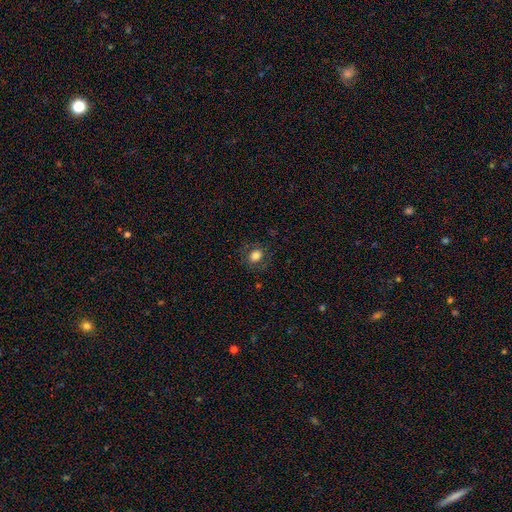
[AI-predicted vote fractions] smooth_or_featured: smooth (p=0.78) [alt: featured or disk p=0.12]
how_rounded: round (p=0.56) [alt: in between p=0.43]
merging: none (p=0.81) [alt: minor disturbance p=0.12]